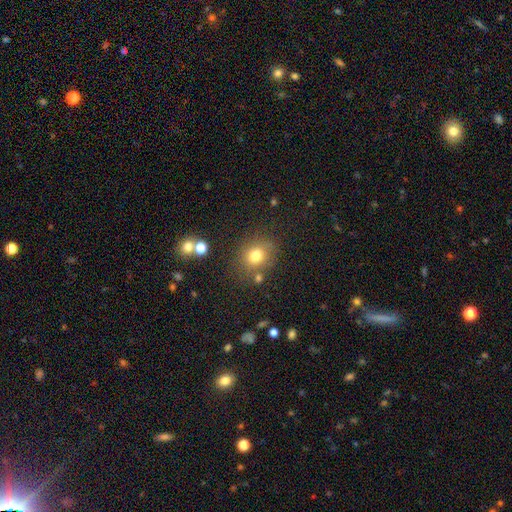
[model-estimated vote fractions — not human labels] smooth-or-featured: smooth: 76% | star or artifact: 14% | featured or disk: 9%
  how-rounded: round: 72% | in between: 27% | cigar-shaped: 1%
  merging: none: 75% | minor disturbance: 13% | merger: 8% | major disturbance: 5%